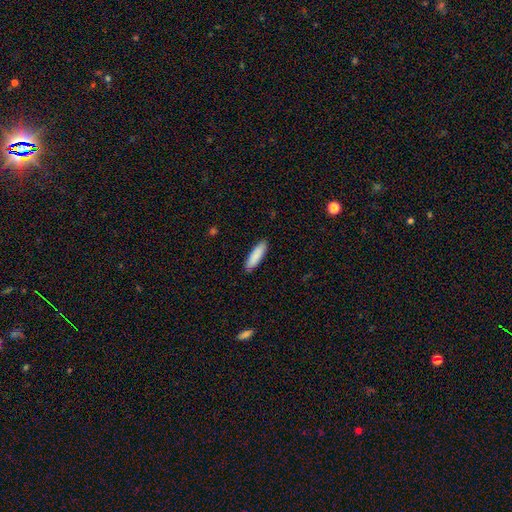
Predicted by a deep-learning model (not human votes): Morphology: type=smooth (88%); roundness=cigar-shaped (65%); merging=none (89%).